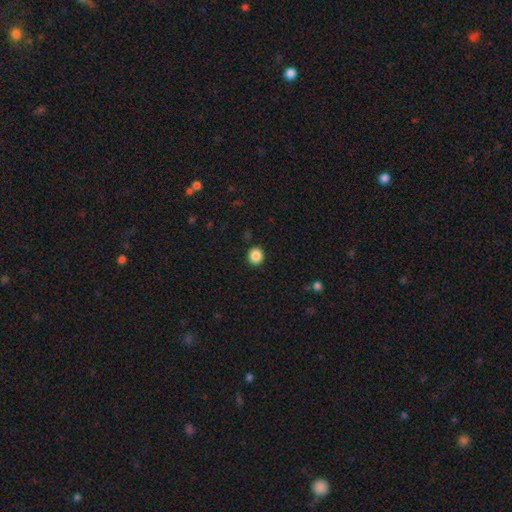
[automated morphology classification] Overall: smooth (87%). How rounded: round (88%). Merging: none (92%).